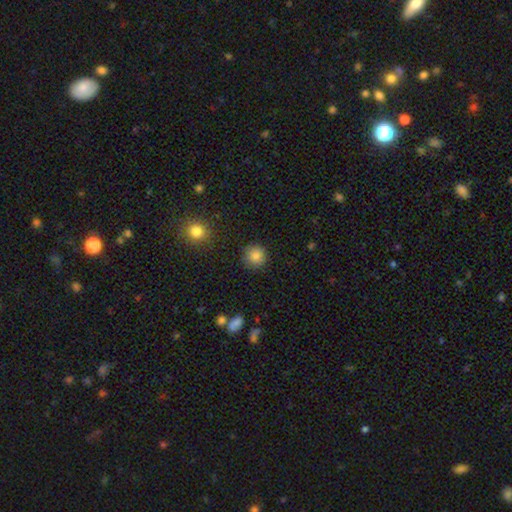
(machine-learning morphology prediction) smooth 85%, star or artifact 10%, featured or disk 5%. Down the decision tree: how rounded — round (94%); merging — none (90%).